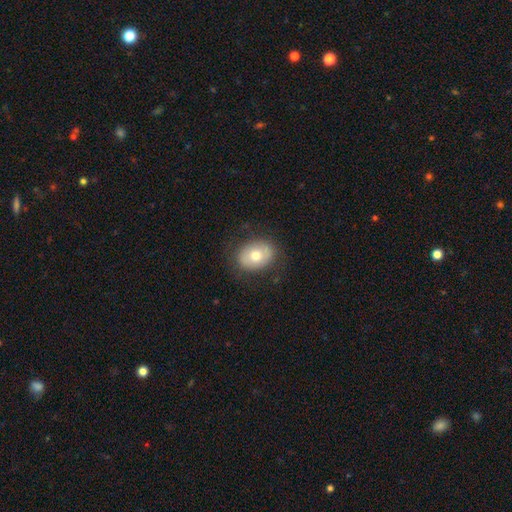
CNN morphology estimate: smooth-or-featured: smooth: 66% | featured or disk: 27% | star or artifact: 8%
  how-rounded: in between: 61% | round: 38% | cigar-shaped: 1%
  merging: none: 82% | minor disturbance: 12% | major disturbance: 4% | merger: 1%